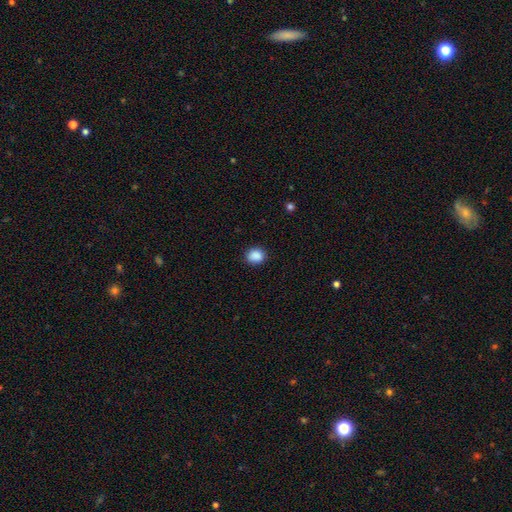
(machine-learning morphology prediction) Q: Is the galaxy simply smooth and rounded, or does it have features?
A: smooth — 88%.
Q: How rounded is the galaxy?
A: round — 67%.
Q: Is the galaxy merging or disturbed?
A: none — 87%.